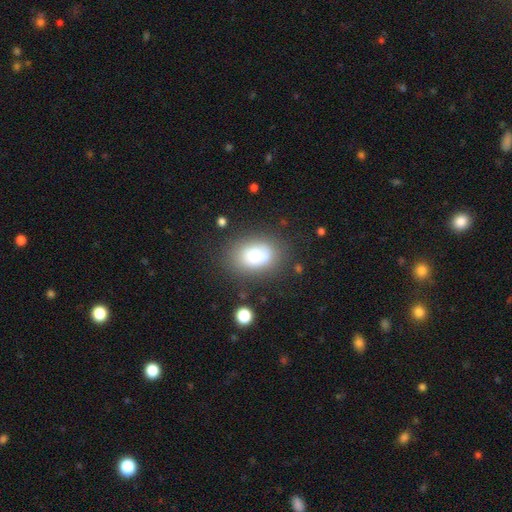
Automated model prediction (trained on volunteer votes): smooth 78%, featured or disk 12%, star or artifact 10%. Down the decision tree: how rounded — in between (75%); merging — none (66%).